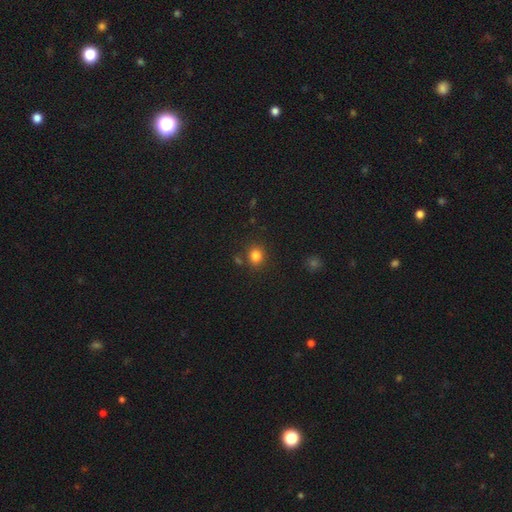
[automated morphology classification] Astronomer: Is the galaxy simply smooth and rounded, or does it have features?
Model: smooth — 81%.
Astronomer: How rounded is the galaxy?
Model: round — 82%.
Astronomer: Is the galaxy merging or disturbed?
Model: none — 82%.